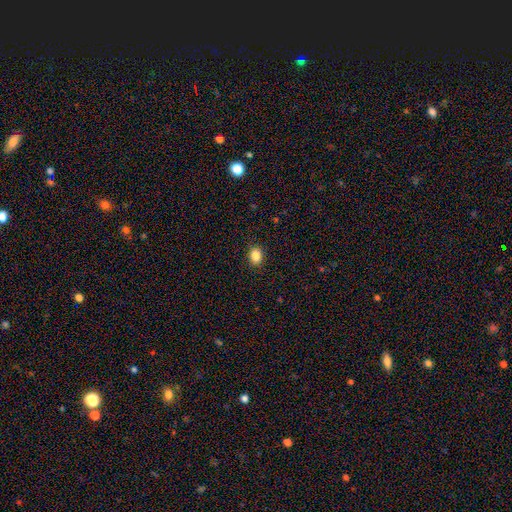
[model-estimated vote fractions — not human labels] Q: Smooth or featured?
A: smooth (86%); runner-up: star or artifact (10%)
Q: How rounded?
A: in between (61%); runner-up: round (38%)
Q: Merging?
A: none (89%); runner-up: minor disturbance (8%)